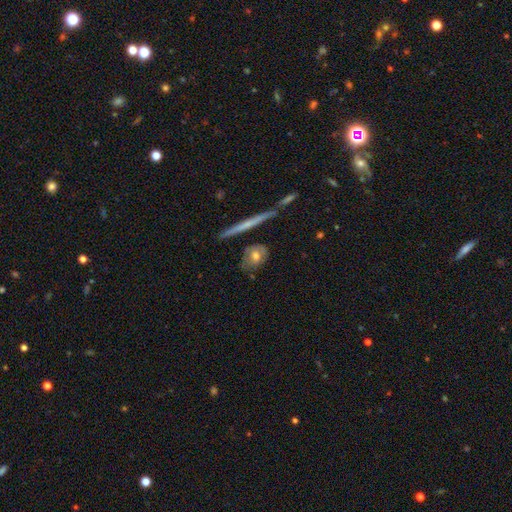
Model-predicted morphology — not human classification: smooth-or-featured: smooth: 60% | featured or disk: 33% | star or artifact: 7%
  how-rounded: in between: 44% | round: 39% | cigar-shaped: 17%
  merging: none: 69% | minor disturbance: 19% | merger: 7% | major disturbance: 5%